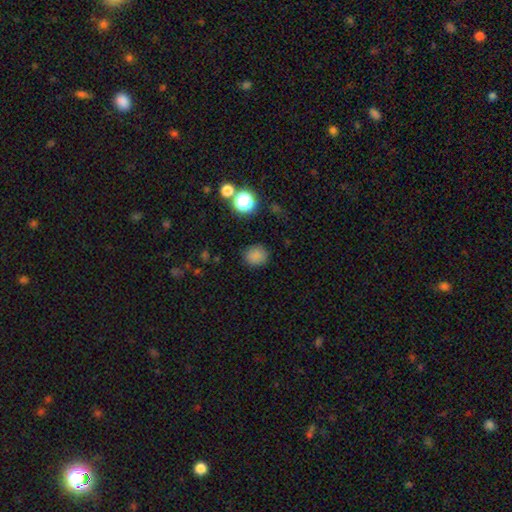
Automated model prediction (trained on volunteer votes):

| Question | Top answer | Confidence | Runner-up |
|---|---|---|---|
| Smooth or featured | smooth | 80% | star or artifact (15%) |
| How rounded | round | 83% | in between (17%) |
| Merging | none | 85% | minor disturbance (10%) |